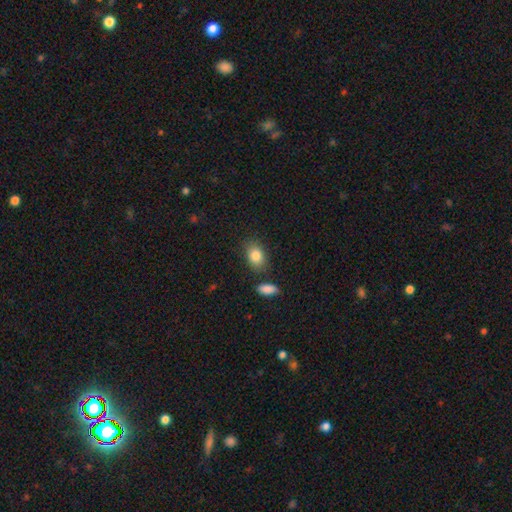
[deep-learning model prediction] Morphology: type=smooth (85%); roundness=in between (78%); merging=none (78%).